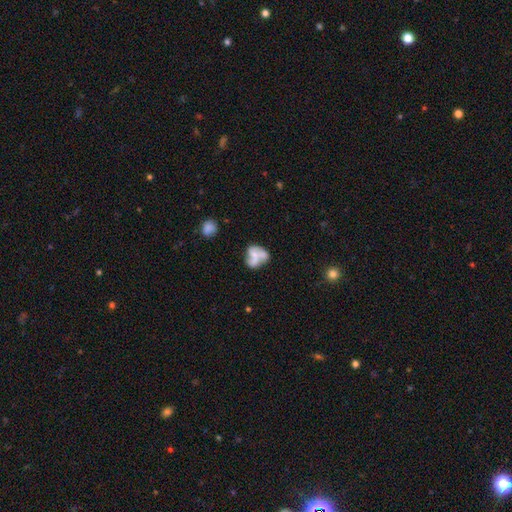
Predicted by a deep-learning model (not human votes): A featured or disk galaxy (51%). Merging: merger (32%, tied with none).